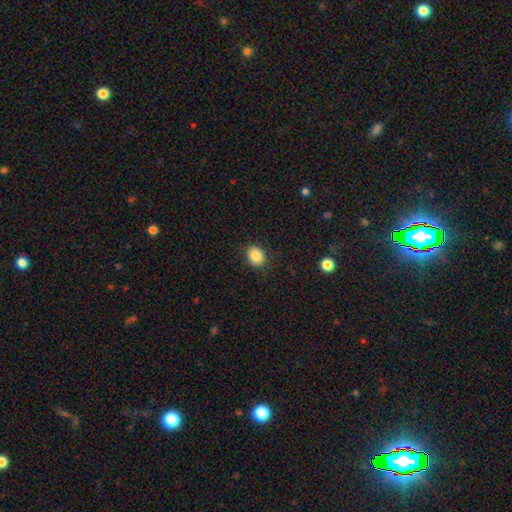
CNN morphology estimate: Smooth or featured: smooth — 86% (star or artifact — 9%)
How rounded: round — 50% (in between — 49%)
Merging: none — 87% (minor disturbance — 9%)